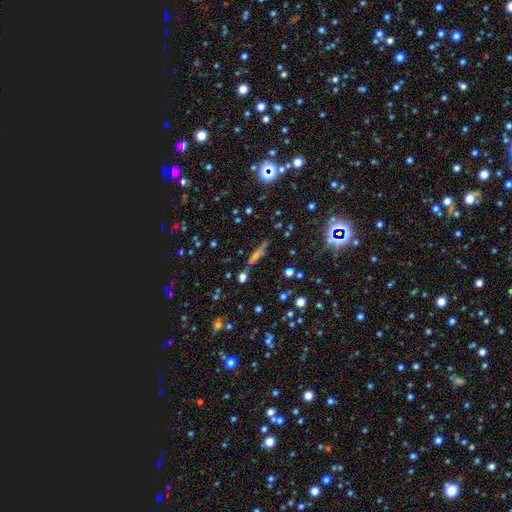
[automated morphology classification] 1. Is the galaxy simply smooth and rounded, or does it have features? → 36% smooth, 33% featured or disk, 31% star or artifact.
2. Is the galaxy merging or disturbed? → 74% none, 15% minor disturbance, 6% merger, 5% major disturbance.